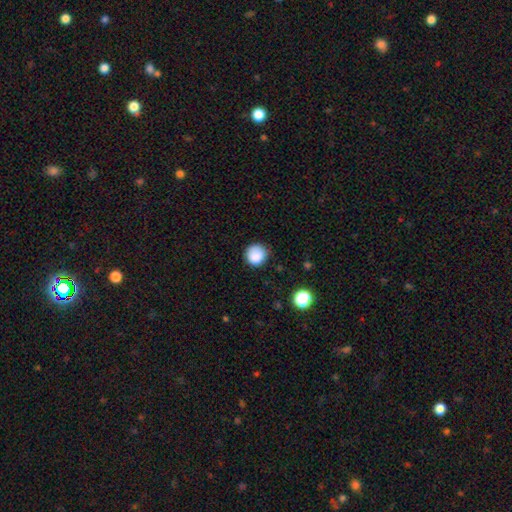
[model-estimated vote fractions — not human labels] Q: Smooth or featured?
A: smooth (86%); runner-up: star or artifact (10%)
Q: How rounded?
A: round (94%); runner-up: in between (5%)
Q: Merging?
A: none (84%); runner-up: minor disturbance (12%)